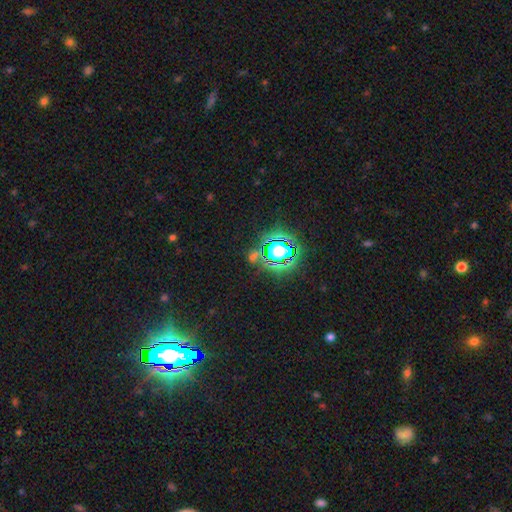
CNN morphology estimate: Smooth or featured? star or artifact (78%)